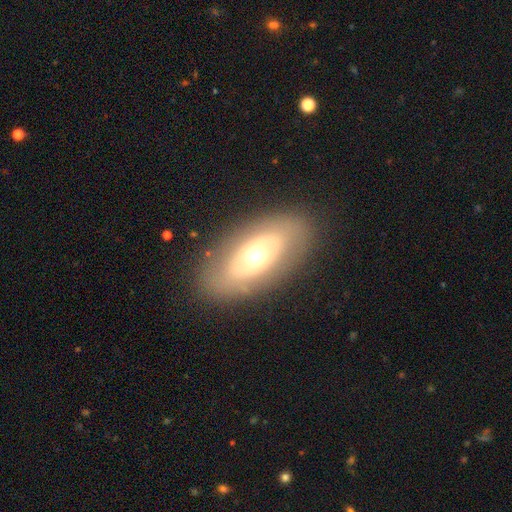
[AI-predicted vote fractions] This is possibly a featured or disk galaxy (53%). It is clearly not viewed edge-on (86%). Merging: clearly none (83%).